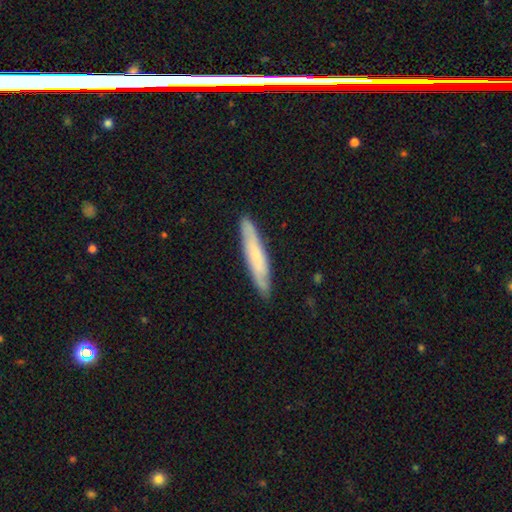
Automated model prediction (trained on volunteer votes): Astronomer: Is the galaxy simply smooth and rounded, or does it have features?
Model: smooth — 53% (runner-up: featured or disk, 41%).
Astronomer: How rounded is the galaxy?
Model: cigar-shaped — 90%.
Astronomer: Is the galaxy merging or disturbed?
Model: none — 86%.